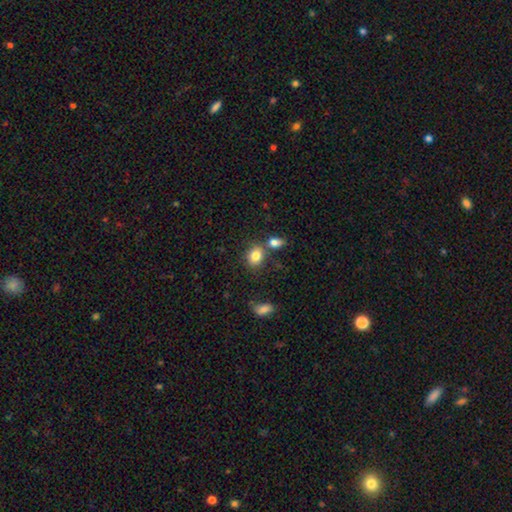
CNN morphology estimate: smooth 83%, star or artifact 9%, featured or disk 8%. Down the decision tree: how rounded — in between (56%); merging — none (61%).